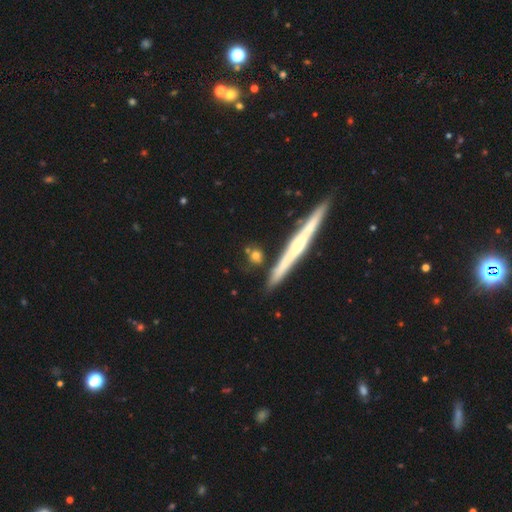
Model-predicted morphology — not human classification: Overall: smooth (66%). How rounded: round (54%; cigar-shaped 29%). Merging: none (75%).